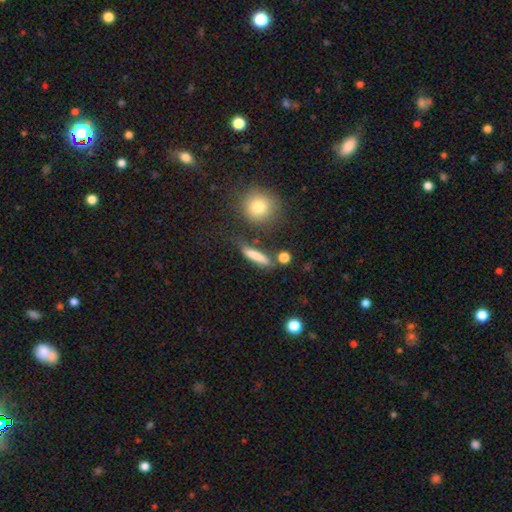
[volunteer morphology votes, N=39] A smooth galaxy with no disk features (90%) that is cigar-shaped (77%). Merging: none (68%).